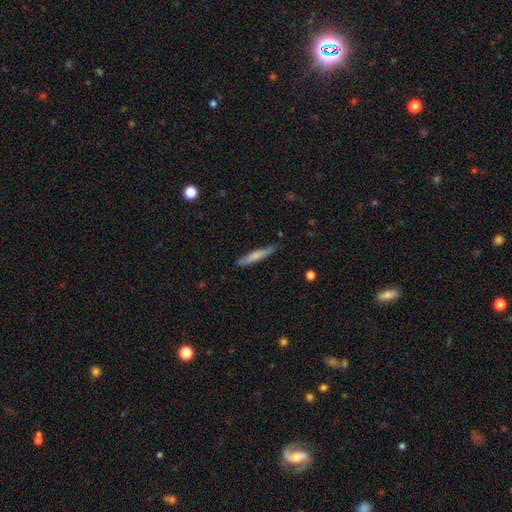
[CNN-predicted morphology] The model was most divided on "smooth or featured": smooth: 69%, featured or disk: 25%, star or artifact: 6%. More confident: how rounded — cigar-shaped (92%); merging — none (84%).